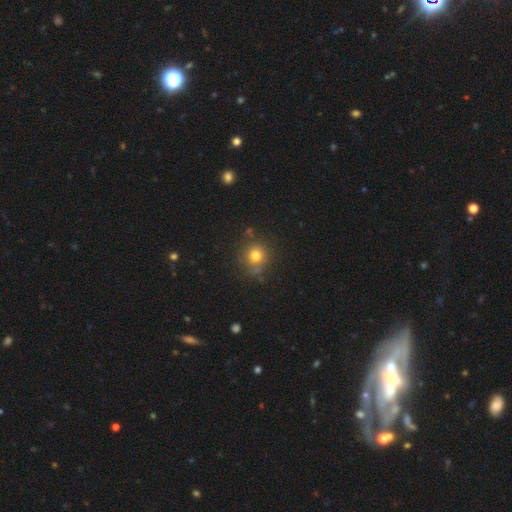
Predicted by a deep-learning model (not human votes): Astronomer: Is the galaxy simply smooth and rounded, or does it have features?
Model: smooth — 77%.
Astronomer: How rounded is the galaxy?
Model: round — 88%.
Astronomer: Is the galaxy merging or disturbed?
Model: none — 76%.